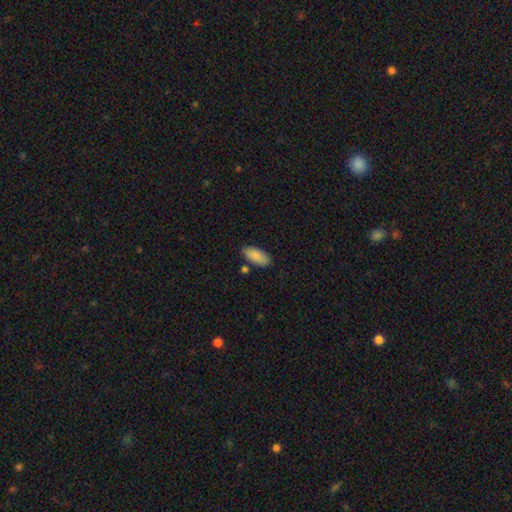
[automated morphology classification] Smooth or featured? smooth (87%)
How rounded? in between (88%)
Merging? none (81%)